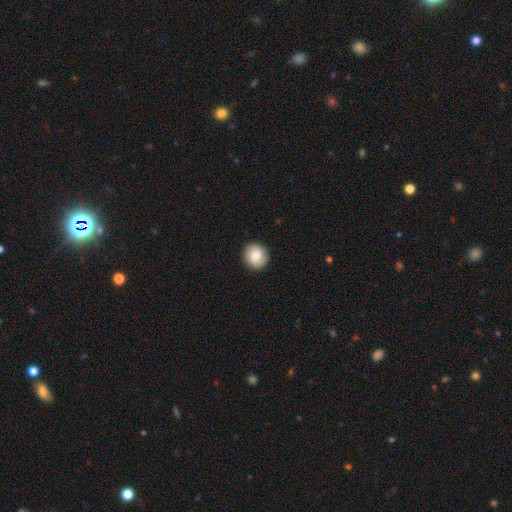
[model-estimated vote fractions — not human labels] Smooth or featured?
  - smooth: 75% *
  - featured or disk: 17%
  - star or artifact: 7%
How rounded?
  - round: 85% *
  - in between: 14%
  - cigar-shaped: 1%
Merging?
  - none: 89% *
  - minor disturbance: 8%
  - major disturbance: 2%
  - merger: 1%